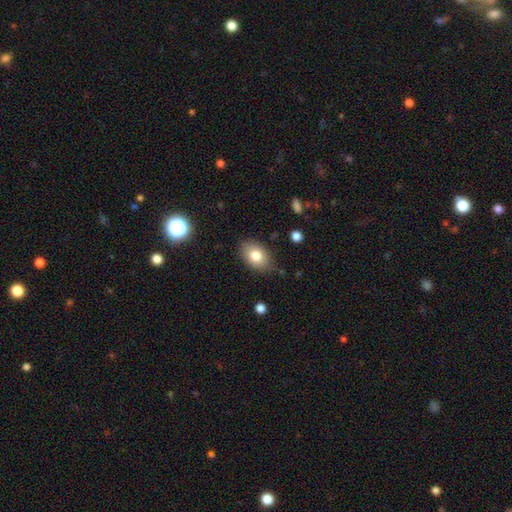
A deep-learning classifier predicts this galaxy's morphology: The model was most divided on "smooth or featured": smooth: 79%, featured or disk: 12%, star or artifact: 9%. More confident: how rounded — in between (84%); merging — none (81%).